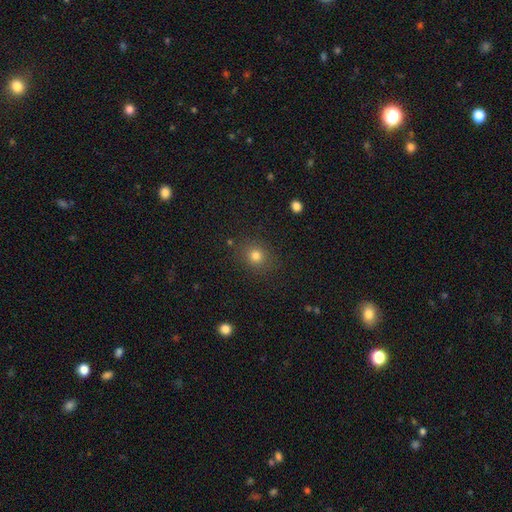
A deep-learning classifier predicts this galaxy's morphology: This appears to be a smooth galaxy with no disk features (80%) that is round (78%). Merging: none (86%).